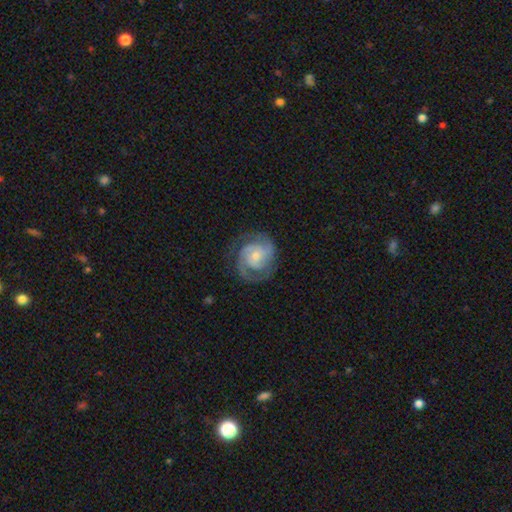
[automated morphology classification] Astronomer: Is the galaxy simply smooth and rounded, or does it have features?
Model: featured or disk — 84%.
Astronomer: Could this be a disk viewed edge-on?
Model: no — 98%.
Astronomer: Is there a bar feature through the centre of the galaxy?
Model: no — 59%.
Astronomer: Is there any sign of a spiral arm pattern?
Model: yes — 96%.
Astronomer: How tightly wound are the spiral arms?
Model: tight — 52% (runner-up: medium, 39%).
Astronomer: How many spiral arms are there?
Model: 2 — 66%.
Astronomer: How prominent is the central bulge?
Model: small — 62%.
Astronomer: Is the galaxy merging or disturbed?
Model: none — 75%.